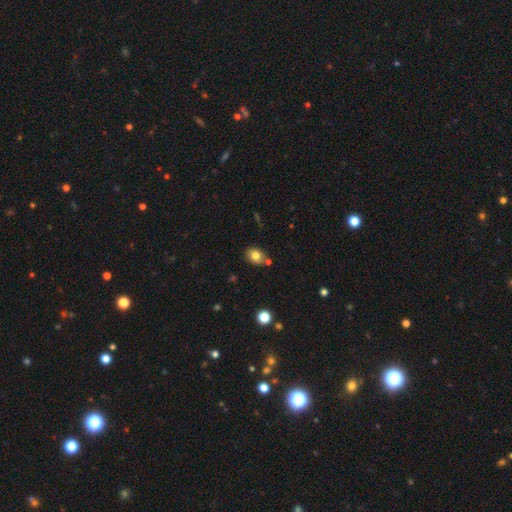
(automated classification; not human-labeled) The model was most divided on "how rounded": in between: 52%, round: 47%, cigar-shaped: 1%. More confident: smooth or featured — smooth (80%); merging — none (75%).